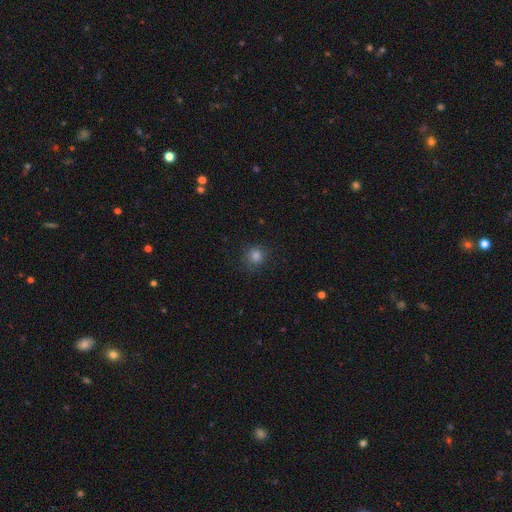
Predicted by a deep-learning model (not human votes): smooth 79%, star or artifact 16%, featured or disk 5%. Down the decision tree: how rounded — round (90%); merging — none (83%).